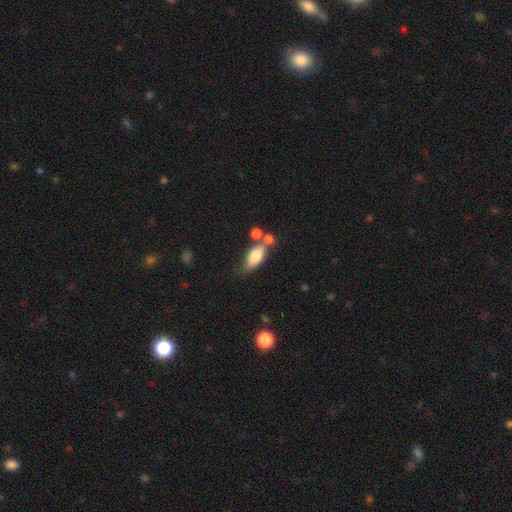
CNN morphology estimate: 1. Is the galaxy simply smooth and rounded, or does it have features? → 76% smooth, 16% featured or disk, 8% star or artifact.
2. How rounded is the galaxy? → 82% in between, 13% cigar-shaped, 5% round.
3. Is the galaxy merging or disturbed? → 46% none, 29% merger, 17% minor disturbance, 7% major disturbance.